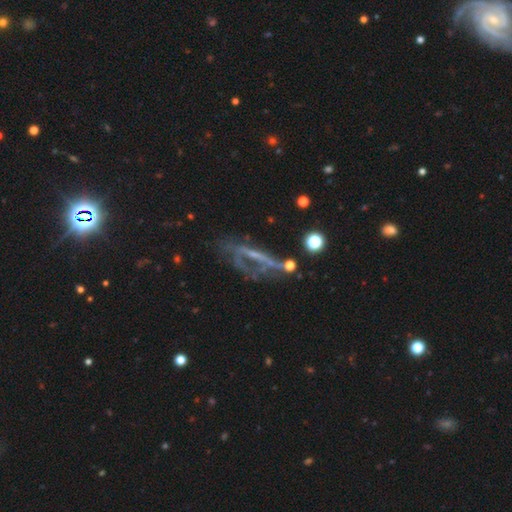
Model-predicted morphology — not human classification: A featured or disk galaxy (61%).

Vote fractions:
- Smooth or featured? featured or disk: 61% / star or artifact: 20% / smooth: 18%
- Edge-on disk? no: 63% / yes: 37%
- Merging? none: 38% / major disturbance: 33% / minor disturbance: 20% / merger: 9%